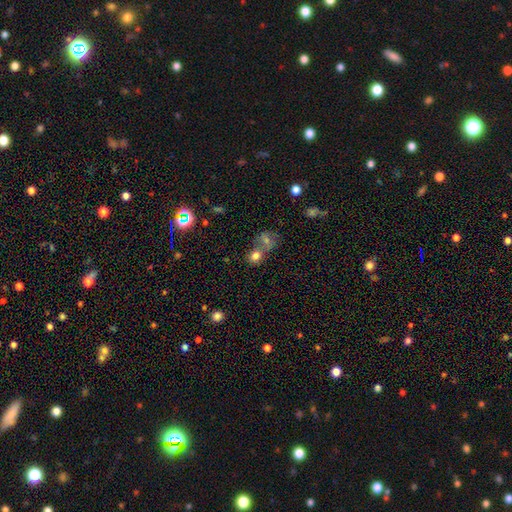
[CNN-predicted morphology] Overall: smooth (76%). How rounded: round (61%; in between 38%). Merging: merger (51%; none 37%).